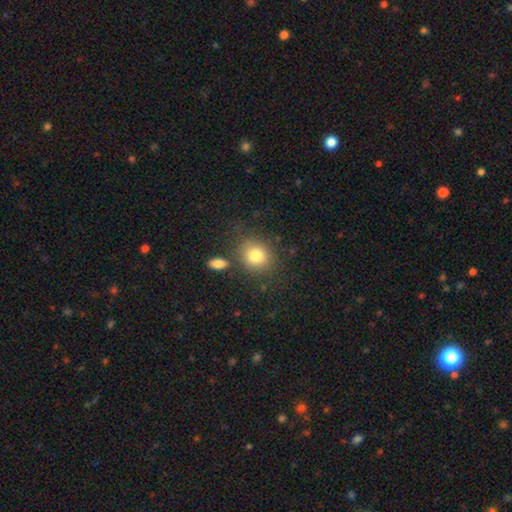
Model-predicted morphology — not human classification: Smooth or featured? smooth (81%)
How rounded? round (74%)
Merging? none (75%)